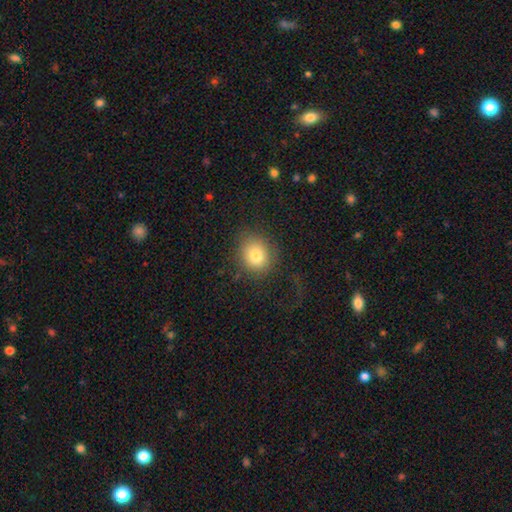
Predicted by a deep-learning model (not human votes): smooth 78%, star or artifact 11%, featured or disk 11%. Down the decision tree: how rounded — round (71%); merging — none (75%).